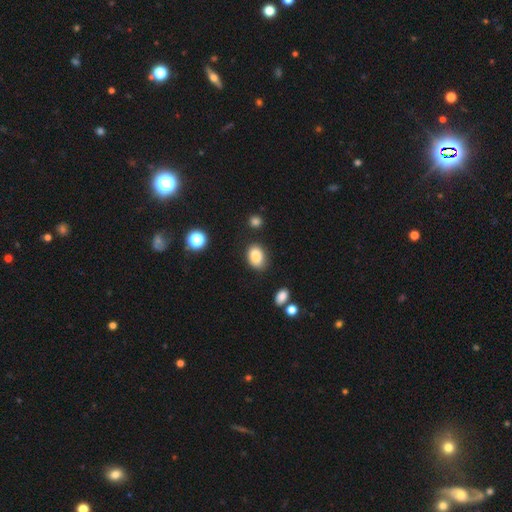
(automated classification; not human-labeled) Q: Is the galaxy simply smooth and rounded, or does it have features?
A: smooth — 85%.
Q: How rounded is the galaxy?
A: in between — 76%.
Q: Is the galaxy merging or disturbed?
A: none — 77%.